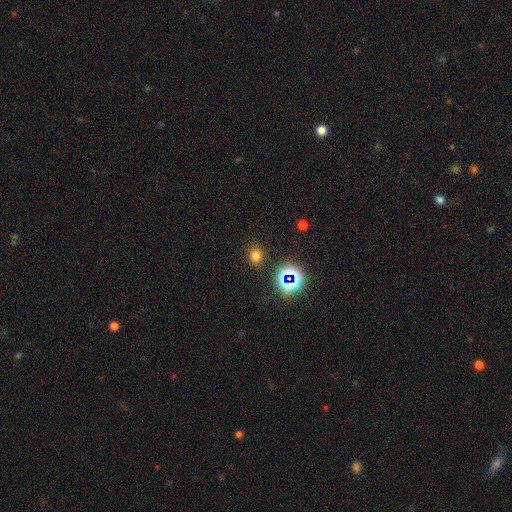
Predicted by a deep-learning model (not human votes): A smooth galaxy with no disk features (71%) that is round (68%).

Vote fractions:
- Smooth or featured? smooth: 71% / star or artifact: 23% / featured or disk: 6%
- How rounded? round: 68% / in between: 31% / cigar-shaped: 1%
- Merging? none: 86% / minor disturbance: 9% / major disturbance: 3% / merger: 2%